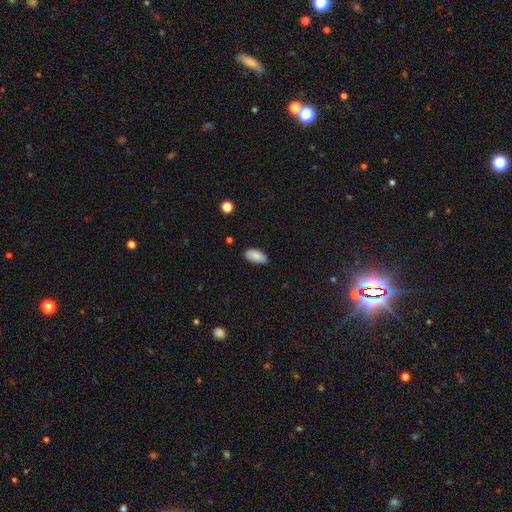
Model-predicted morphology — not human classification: Smooth or featured? Predicted: smooth (p=0.85). How rounded? Predicted: in between (p=0.94). Merging? Predicted: none (p=0.80).